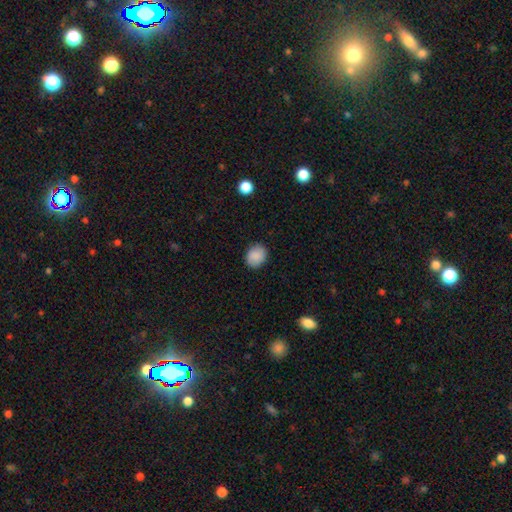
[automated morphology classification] Smooth or featured?
  - smooth: 87% *
  - star or artifact: 8%
  - featured or disk: 5%
How rounded?
  - round: 62% *
  - in between: 37%
  - cigar-shaped: 1%
Merging?
  - none: 88% *
  - minor disturbance: 9%
  - major disturbance: 2%
  - merger: 1%